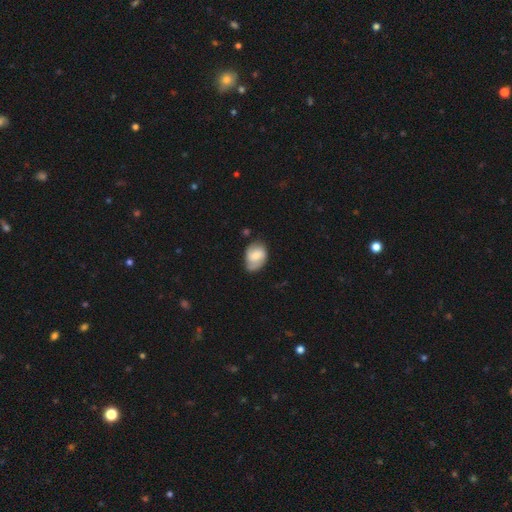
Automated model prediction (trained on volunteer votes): Q: Smooth or featured?
A: smooth (54%); runner-up: featured or disk (39%)
Q: How rounded?
A: in between (71%); runner-up: round (28%)
Q: Merging?
A: none (55%); runner-up: minor disturbance (33%)